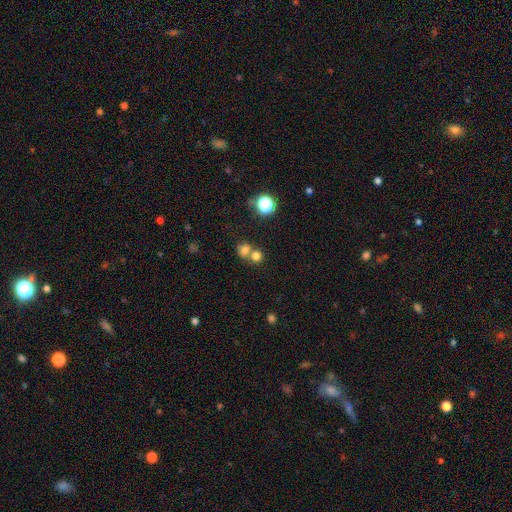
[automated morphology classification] Overall: smooth (74%). How rounded: round (78%). Merging: merger (46%; none 44%).